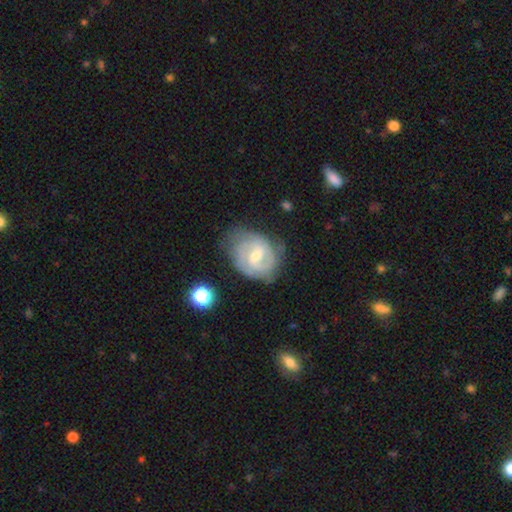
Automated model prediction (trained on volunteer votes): Q: Smooth or featured?
A: featured or disk (86%); runner-up: smooth (9%)
Q: Edge-on disk?
A: no (98%); runner-up: yes (2%)
Q: Bar?
A: weak (60%); runner-up: no (25%)
Q: Spiral arms?
A: yes (96%); runner-up: no (4%)
Q: Spiral winding?
A: tight (54%); runner-up: medium (38%)
Q: Spiral arm count?
A: 2 (58%); runner-up: 3 (18%)
Q: Bulge size?
A: small (50%); runner-up: moderate (47%)
Q: Merging?
A: none (68%); runner-up: minor disturbance (23%)